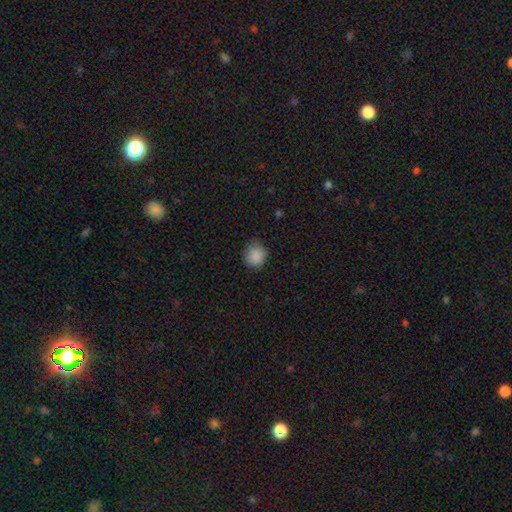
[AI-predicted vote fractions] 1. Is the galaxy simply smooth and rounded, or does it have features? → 87% smooth, 10% star or artifact, 3% featured or disk.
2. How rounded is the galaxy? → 85% round, 14% in between, 1% cigar-shaped.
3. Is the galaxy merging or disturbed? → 79% none, 17% minor disturbance, 3% major disturbance, 1% merger.